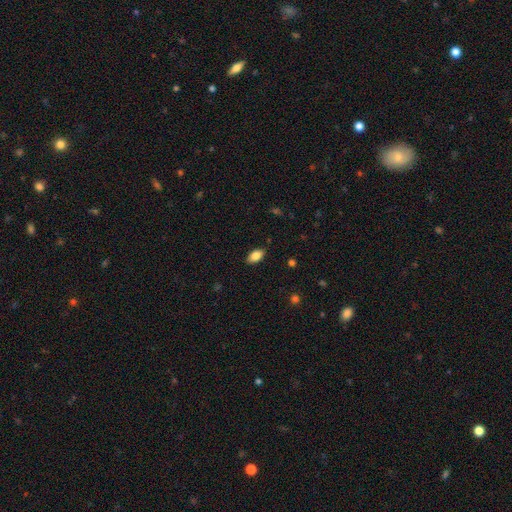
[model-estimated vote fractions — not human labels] The model was most divided on "merging": none: 87%, minor disturbance: 10%, major disturbance: 2%, merger: 1%. More confident: how rounded — in between (92%); smooth or featured — smooth (84%).